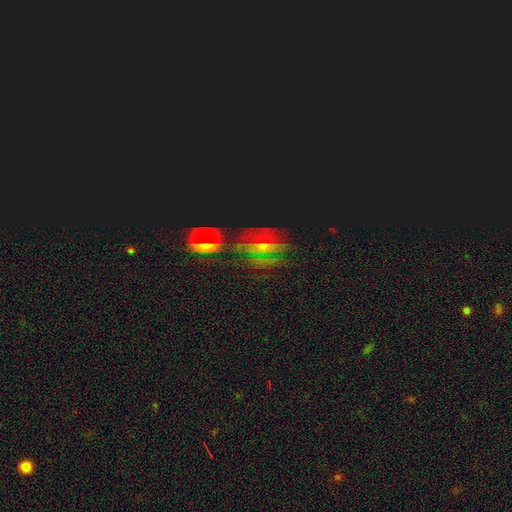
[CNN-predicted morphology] This appears to be a star or artifact, not a galaxy (57%).